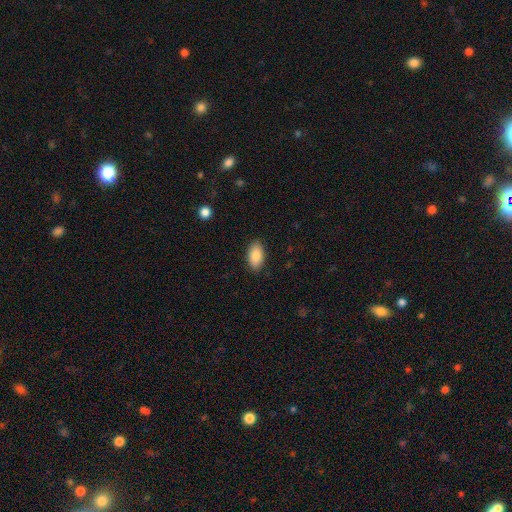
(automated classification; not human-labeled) The model was most divided on "merging": none: 87%, minor disturbance: 10%, major disturbance: 2%, merger: 1%. More confident: how rounded — in between (94%); smooth or featured — smooth (88%).